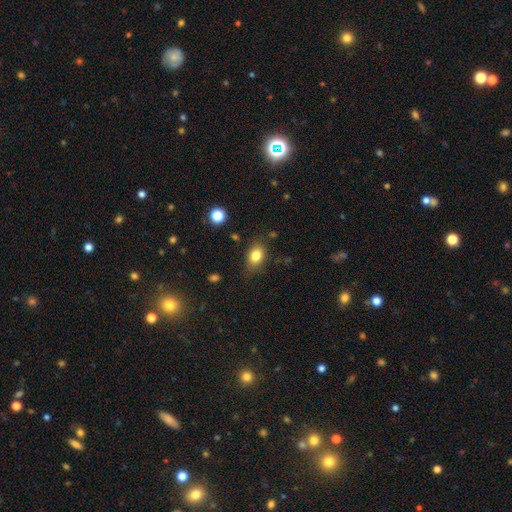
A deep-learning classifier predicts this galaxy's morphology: Smooth or featured? smooth (81%)
How rounded? in between (76%)
Merging? none (79%)